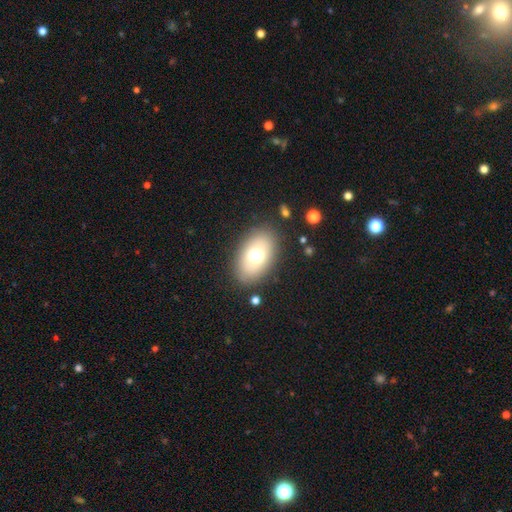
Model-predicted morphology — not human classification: Smooth or featured? Predicted: smooth (p=0.67). How rounded? Predicted: in between (p=0.85). Merging? Predicted: none (p=0.83).